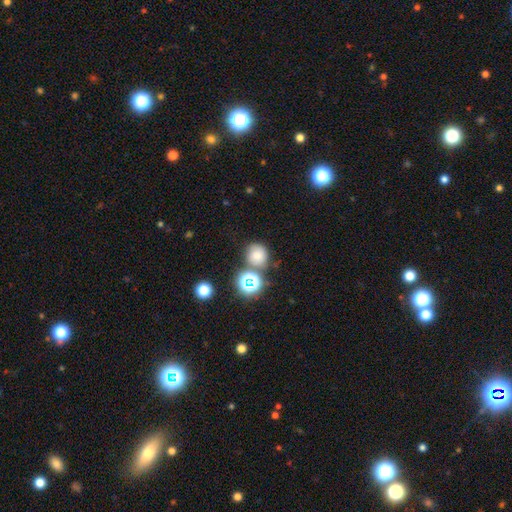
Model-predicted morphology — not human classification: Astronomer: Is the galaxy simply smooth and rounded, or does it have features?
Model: smooth — 70%.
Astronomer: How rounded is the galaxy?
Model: round — 87%.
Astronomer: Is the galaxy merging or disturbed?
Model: none — 69%.